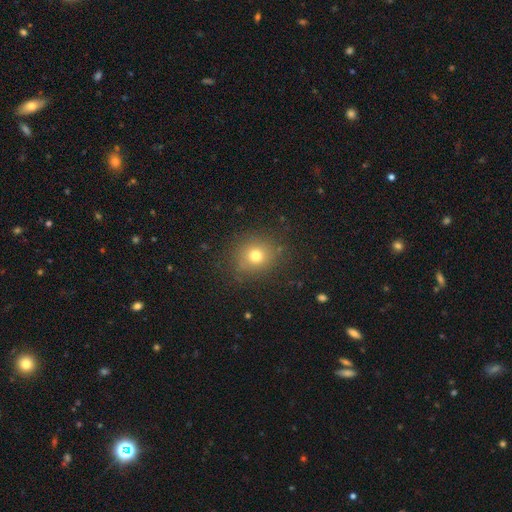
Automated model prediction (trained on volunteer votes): Morphology: type=smooth (73%); roundness=round (82%); merging=none (83%).